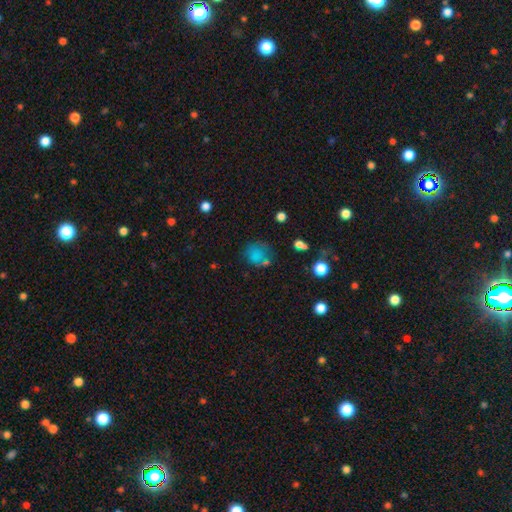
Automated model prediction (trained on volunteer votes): A smooth galaxy with no disk features (72%) that is round (80%).

Vote fractions:
- Smooth or featured? smooth: 72% / star or artifact: 16% / featured or disk: 11%
- How rounded? round: 80% / in between: 19% / cigar-shaped: 1%
- Merging? none: 60% / minor disturbance: 20% / major disturbance: 12% / merger: 8%